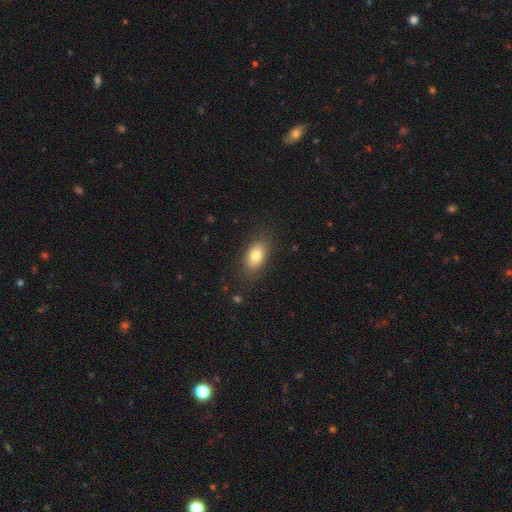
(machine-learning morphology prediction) smooth-or-featured: smooth: 80% | featured or disk: 12% | star or artifact: 8%
  how-rounded: in between: 88% | round: 9% | cigar-shaped: 3%
  merging: none: 83% | minor disturbance: 12% | major disturbance: 4% | merger: 1%